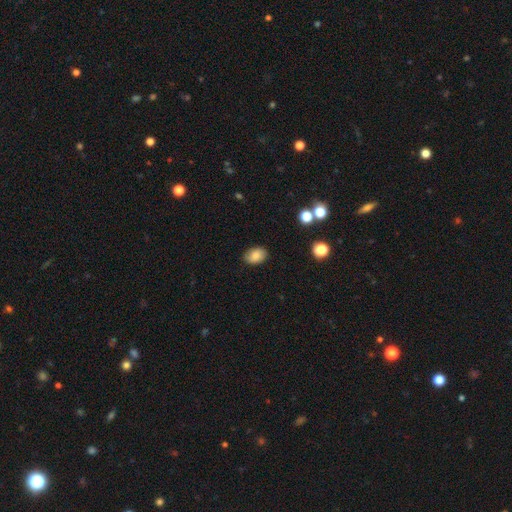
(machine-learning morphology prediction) Overall: smooth (84%). How rounded: in between (84%). Merging: none (86%).